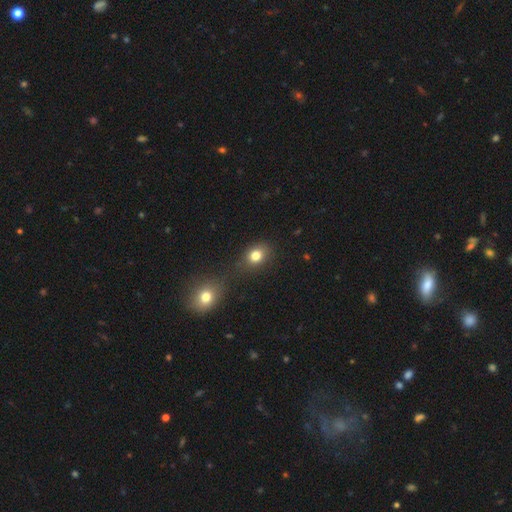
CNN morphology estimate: A smooth galaxy with no disk features (80%) that is in between round and cigar-shaped (52%).

Vote fractions:
- Smooth or featured? smooth: 80% / star or artifact: 12% / featured or disk: 8%
- How rounded? in between: 52% / round: 47% / cigar-shaped: 1%
- Merging? none: 64% / merger: 19% / minor disturbance: 12% / major disturbance: 5%